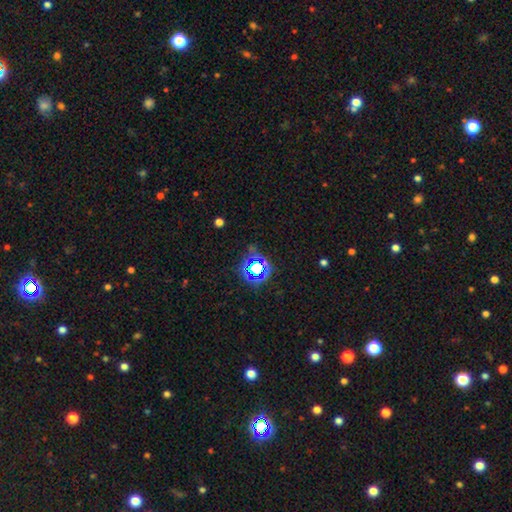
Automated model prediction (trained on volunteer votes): smooth-or-featured: star or artifact: 73% | smooth: 20% | featured or disk: 7%